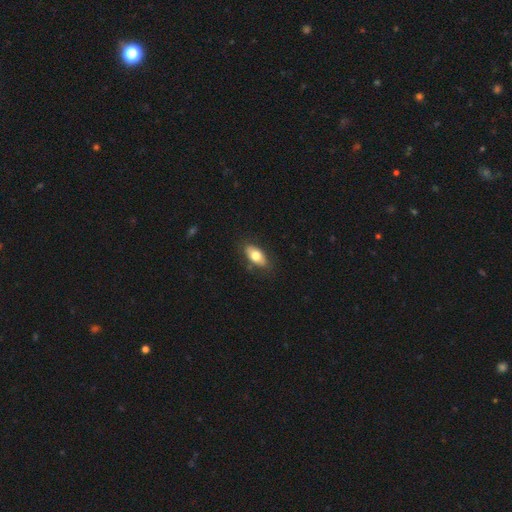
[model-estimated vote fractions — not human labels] Smooth or featured?
  - smooth: 72% *
  - featured or disk: 21%
  - star or artifact: 6%
How rounded?
  - in between: 89% *
  - cigar-shaped: 7%
  - round: 4%
Merging?
  - none: 82% *
  - minor disturbance: 13%
  - major disturbance: 3%
  - merger: 1%